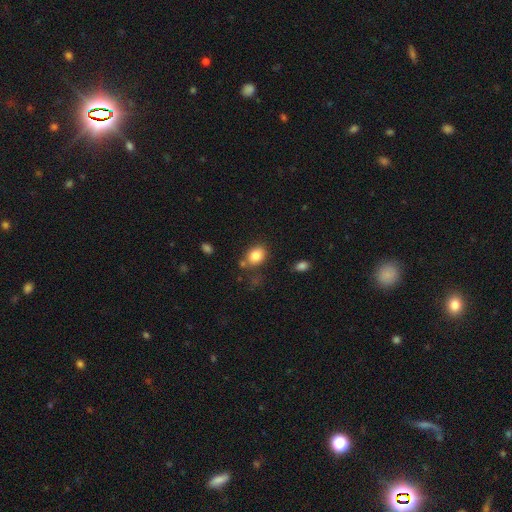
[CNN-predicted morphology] type=smooth (83%); roundness=in between (59%); merging=none (70%).